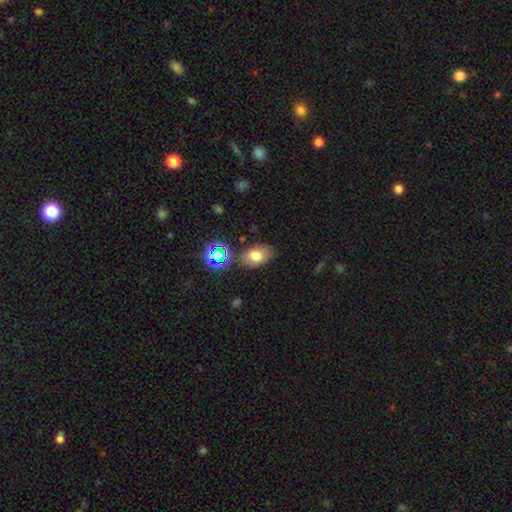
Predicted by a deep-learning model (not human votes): A smooth galaxy with no disk features (72%) that is in between round and cigar-shaped (85%).

Vote fractions:
- Smooth or featured? smooth: 72% / star or artifact: 15% / featured or disk: 13%
- How rounded? in between: 85% / round: 14% / cigar-shaped: 1%
- Merging? none: 77% / minor disturbance: 14% / merger: 5% / major disturbance: 4%